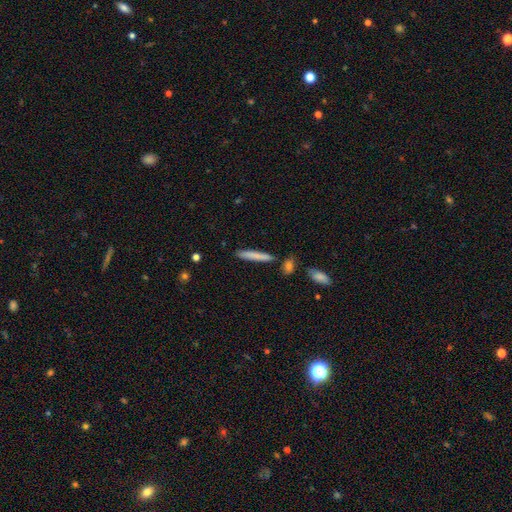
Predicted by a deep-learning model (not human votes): A smooth galaxy with no disk features (76%) that is cigar-shaped (94%).

Vote fractions:
- Smooth or featured? smooth: 76% / featured or disk: 18% / star or artifact: 6%
- How rounded? cigar-shaped: 94% / in between: 5% / round: 1%
- Merging? none: 85% / minor disturbance: 9% / merger: 4% / major disturbance: 2%